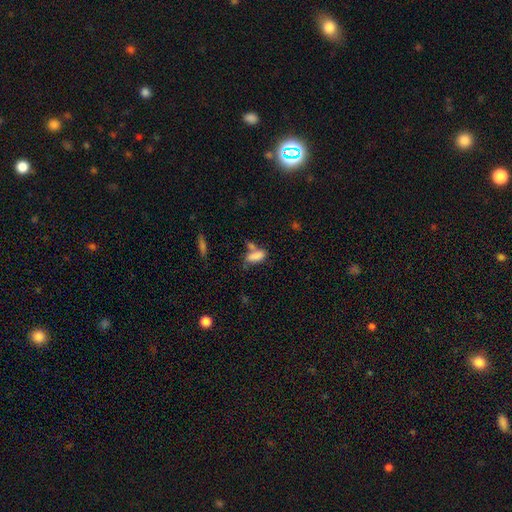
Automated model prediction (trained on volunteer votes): This appears to be a smooth galaxy with no disk features (81%) that is in between round and cigar-shaped (77%). Merging: none (41%).